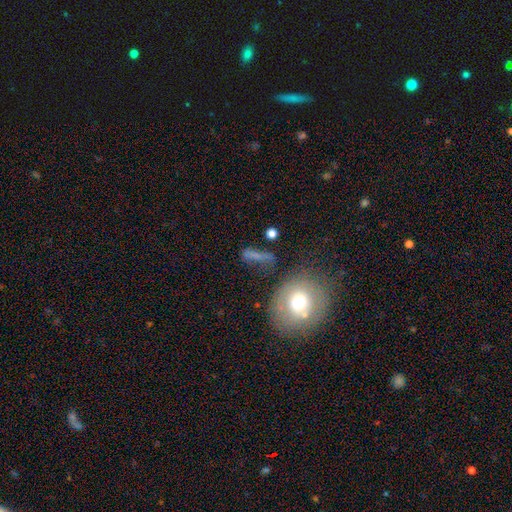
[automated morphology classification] A smooth galaxy with no disk features (57%) that is cigar-shaped (45%). Merging: none (60%).